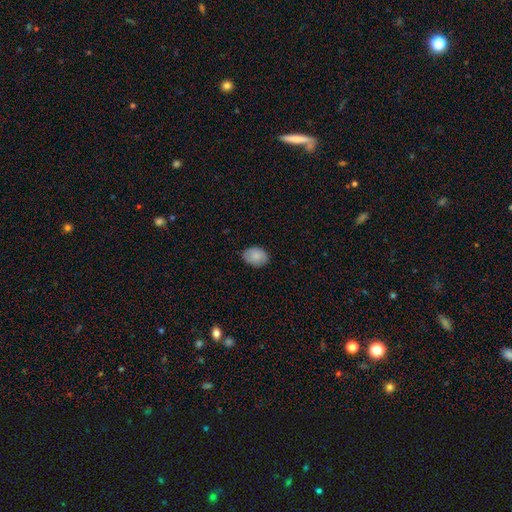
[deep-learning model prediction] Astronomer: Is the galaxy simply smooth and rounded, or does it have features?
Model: smooth — 85%.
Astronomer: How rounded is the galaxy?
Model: in between — 74%.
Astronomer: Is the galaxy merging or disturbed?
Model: none — 84%.